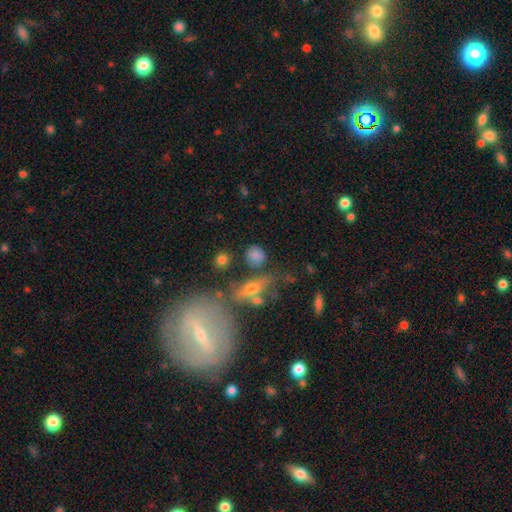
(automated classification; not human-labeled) smooth-or-featured: smooth: 75% | featured or disk: 13% | star or artifact: 12%
  how-rounded: round: 66% | in between: 29% | cigar-shaped: 5%
  merging: none: 65% | minor disturbance: 16% | merger: 11% | major disturbance: 8%